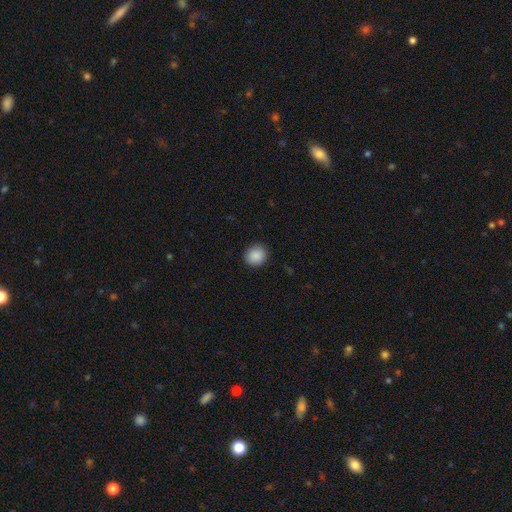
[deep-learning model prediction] This is clearly a smooth galaxy (89%). How rounded: likely round (78%). Merging: clearly none (90%).